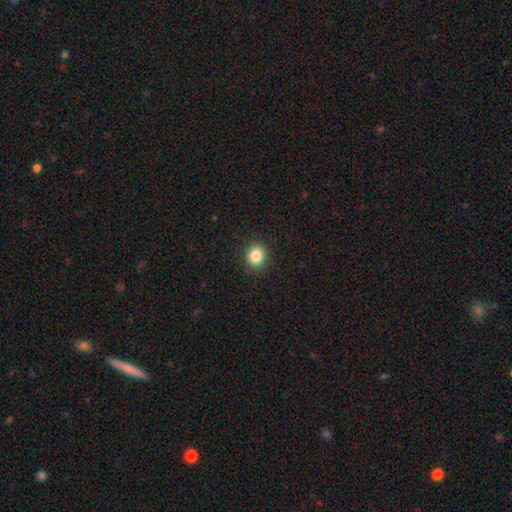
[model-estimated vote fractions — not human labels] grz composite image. It shows a smooth galaxy with no disk features (85%) that is round (84%). Merging: none (91%).